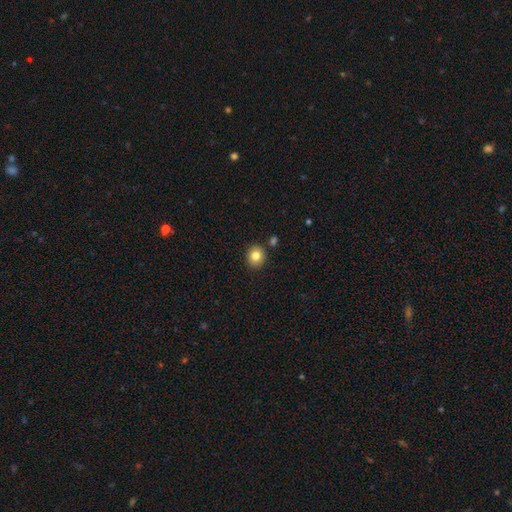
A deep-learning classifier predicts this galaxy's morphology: Smooth or featured: smooth — 81% (star or artifact — 10%)
How rounded: round — 81% (in between — 18%)
Merging: none — 87% (minor disturbance — 8%)